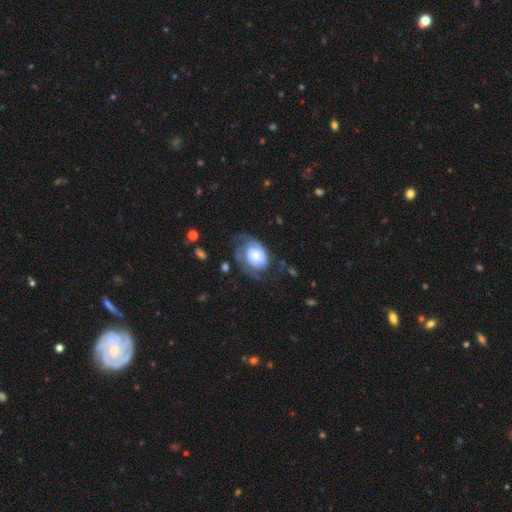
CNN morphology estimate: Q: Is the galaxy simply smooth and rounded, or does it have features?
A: featured or disk — 66%.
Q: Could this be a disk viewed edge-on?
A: no — 97%.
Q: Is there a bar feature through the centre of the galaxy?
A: no — 78%.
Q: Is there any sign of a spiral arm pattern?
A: yes — 83%.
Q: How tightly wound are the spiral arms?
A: tight — 44%.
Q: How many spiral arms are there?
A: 2 — 47%.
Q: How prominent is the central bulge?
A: moderate — 45%.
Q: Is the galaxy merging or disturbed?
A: none — 45%.